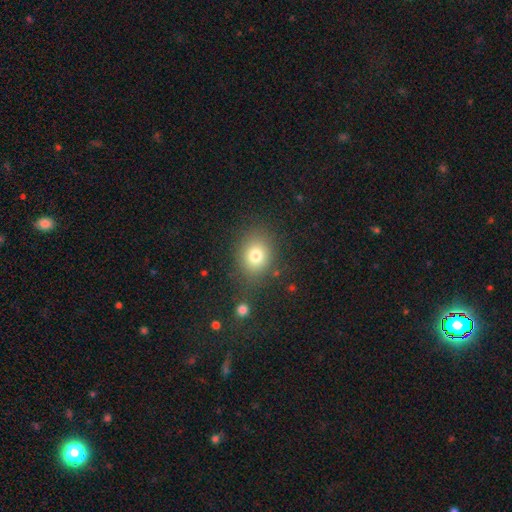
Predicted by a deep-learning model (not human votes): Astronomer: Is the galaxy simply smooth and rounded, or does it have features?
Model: smooth — 78%.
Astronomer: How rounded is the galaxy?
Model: round — 60% (runner-up: in between, 39%).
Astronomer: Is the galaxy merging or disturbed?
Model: none — 79%.